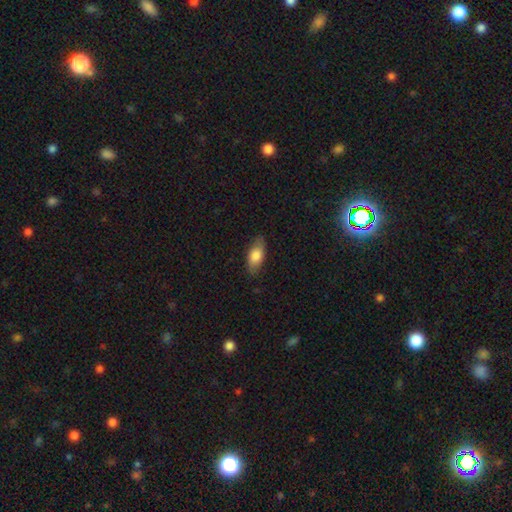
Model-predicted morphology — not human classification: This is likely a smooth galaxy (77%). How rounded: clearly in between (84%). Merging: clearly none (81%).